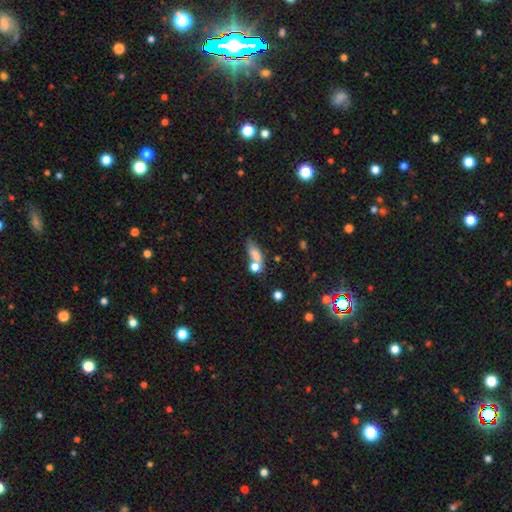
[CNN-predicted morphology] Overall: smooth (72%). How rounded: in between (62%; cigar-shaped 26%). Merging: none (39%; merger 32%).